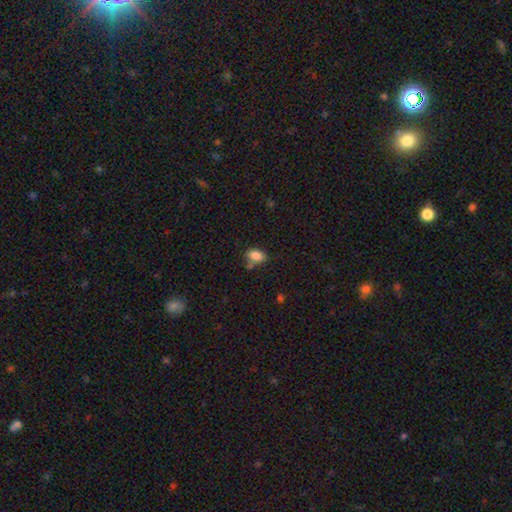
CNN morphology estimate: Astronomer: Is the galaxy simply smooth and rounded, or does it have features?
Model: smooth — 84%.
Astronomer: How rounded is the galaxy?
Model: in between — 86%.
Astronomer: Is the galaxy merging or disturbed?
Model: none — 56%.